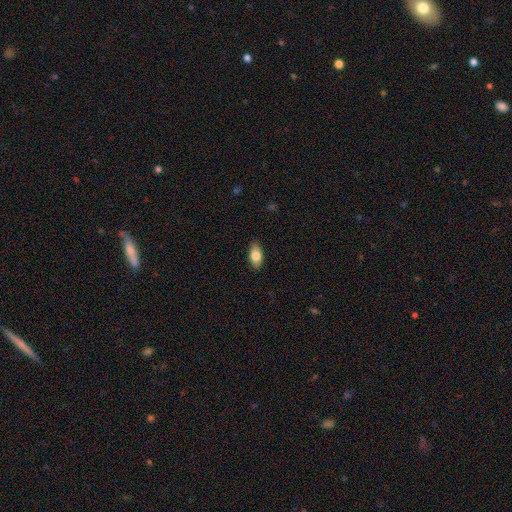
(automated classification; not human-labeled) This appears to be a smooth galaxy with no disk features (80%) that is in between round and cigar-shaped (91%). Merging: none (88%).